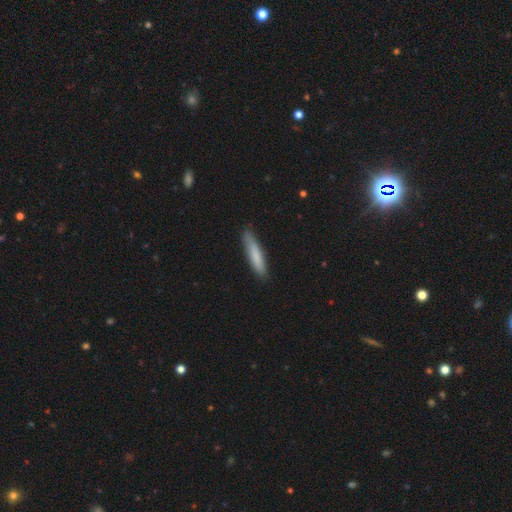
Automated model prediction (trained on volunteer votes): Smooth or featured?
  - smooth: 80% *
  - featured or disk: 15%
  - star or artifact: 6%
How rounded?
  - cigar-shaped: 87% *
  - in between: 12%
  - round: 1%
Merging?
  - none: 82% *
  - minor disturbance: 15%
  - major disturbance: 2%
  - merger: 1%